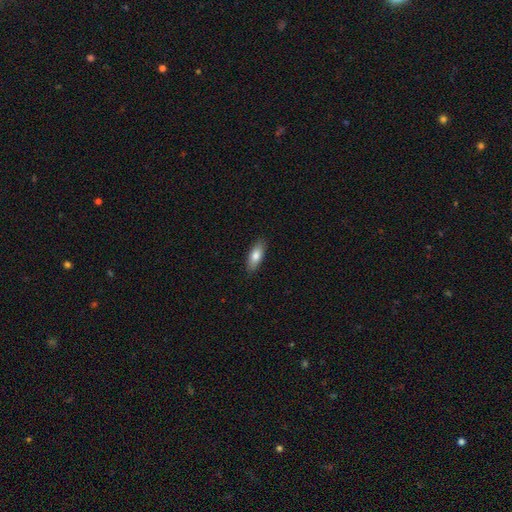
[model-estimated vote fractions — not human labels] smooth 79%, featured or disk 15%, star or artifact 6%. Down the decision tree: how rounded — in between (74%); merging — none (88%).